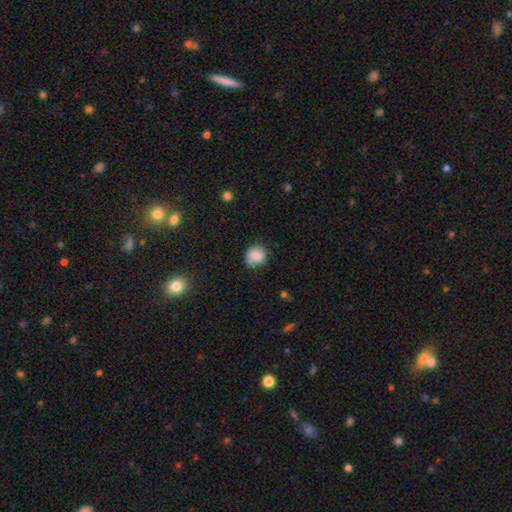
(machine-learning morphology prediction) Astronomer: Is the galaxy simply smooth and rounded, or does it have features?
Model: smooth — 79%.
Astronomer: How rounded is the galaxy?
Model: round — 74%.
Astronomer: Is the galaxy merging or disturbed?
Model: none — 71%.